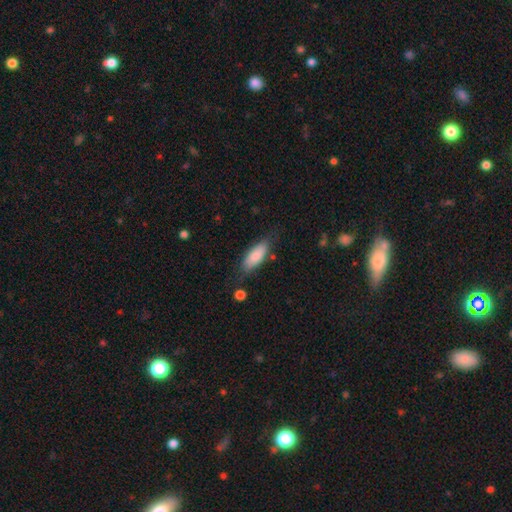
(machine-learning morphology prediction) This appears to be a smooth galaxy with no disk features (84%) that is in between round and cigar-shaped (74%). Merging: none (71%).